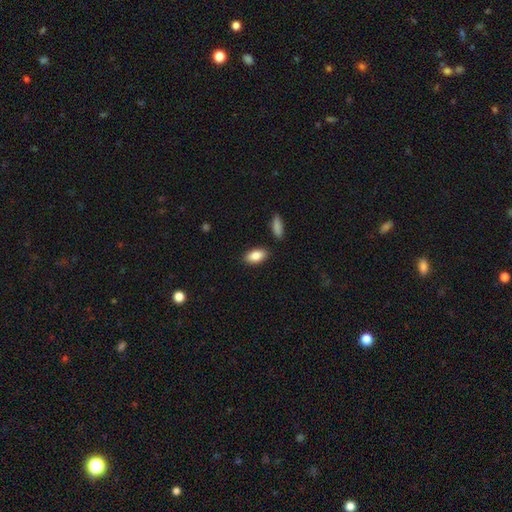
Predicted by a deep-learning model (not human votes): Smooth or featured: smooth — 86% (featured or disk — 7%)
How rounded: in between — 91% (cigar-shaped — 4%)
Merging: none — 86% (minor disturbance — 9%)